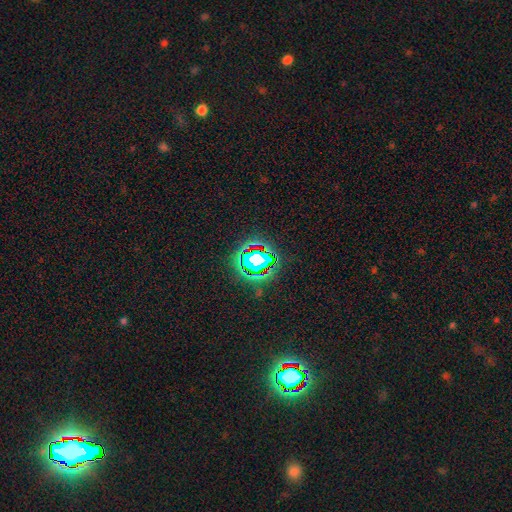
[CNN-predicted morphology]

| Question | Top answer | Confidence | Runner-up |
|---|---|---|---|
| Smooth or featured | star or artifact | 74% | smooth (15%) |